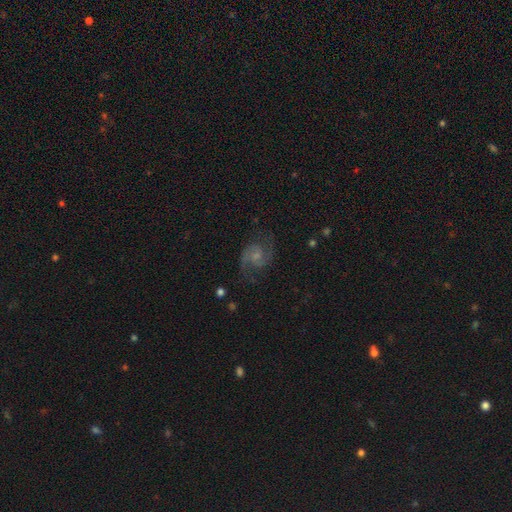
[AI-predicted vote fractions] Smooth or featured? Predicted: featured or disk (p=0.86). Edge-on disk? Predicted: no (p=0.98). Bar? Predicted: no (p=0.59). Spiral arms? Predicted: yes (p=0.97). Spiral winding? Predicted: medium (p=0.59). Spiral arm count? Predicted: 2 (p=0.93). Bulge size? Predicted: small (p=0.44). Merging? Predicted: none (p=0.77).